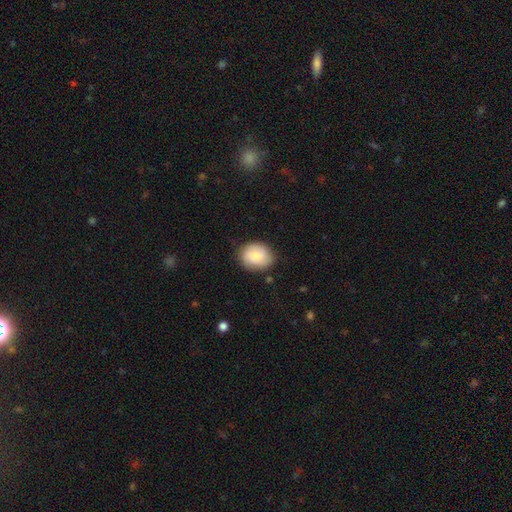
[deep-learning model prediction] The model was most divided on "how rounded": round: 50%, in between: 49%, cigar-shaped: 1%. More confident: merging — none (80%); smooth or featured — smooth (76%).